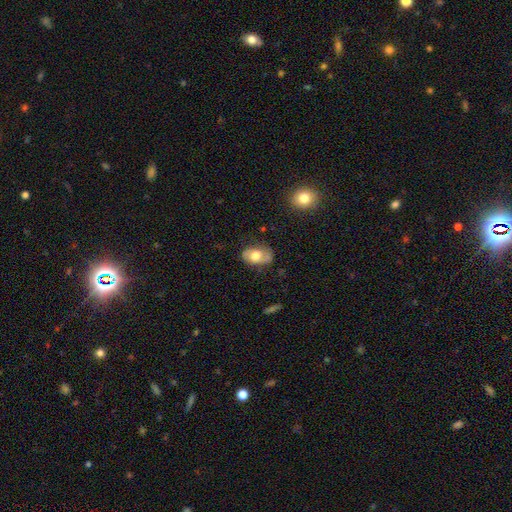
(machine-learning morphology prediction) This appears to be a smooth galaxy with no disk features (55%) that is in between round and cigar-shaped (88%). Merging: none (67%).